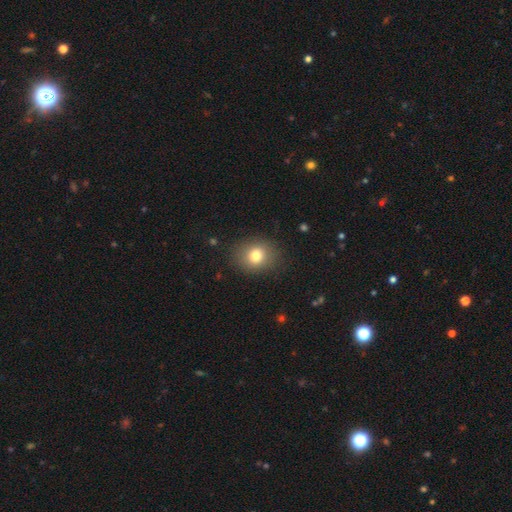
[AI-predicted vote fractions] Smooth or featured? Predicted: smooth (p=0.78). How rounded? Predicted: round (p=0.66). Merging? Predicted: none (p=0.86).